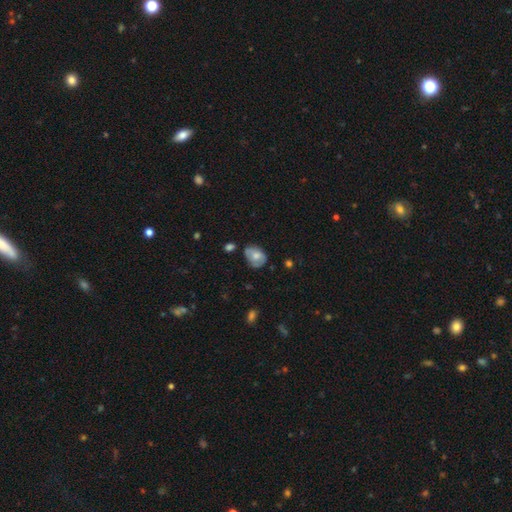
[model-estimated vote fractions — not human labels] smooth_or_featured: smooth (p=0.60) [alt: featured or disk p=0.32]
how_rounded: in between (p=0.71) [alt: round p=0.28]
merging: none (p=0.46) [alt: minor disturbance p=0.36]